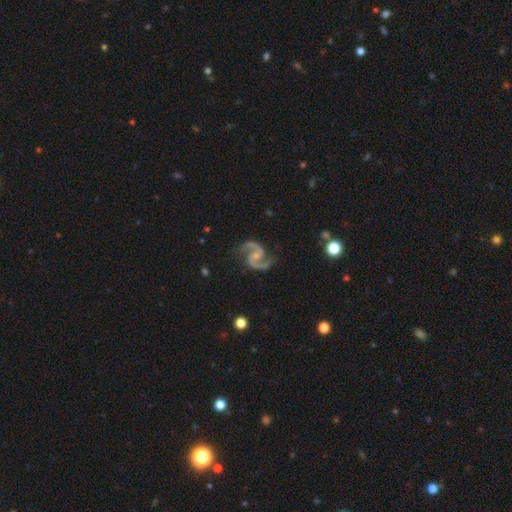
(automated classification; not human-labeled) Smooth or featured: featured or disk — 94% (star or artifact — 4%)
Edge-on disk: no — 99% (yes — 1%)
Bar: no — 53% (weak — 36%)
Spiral arms: yes — 99% (no — 1%)
Spiral winding: medium — 61% (loose — 28%)
Spiral arm count: 2 — 95% (3 — 1%)
Bulge size: small — 61% (moderate — 20%)
Merging: none — 79% (minor disturbance — 14%)